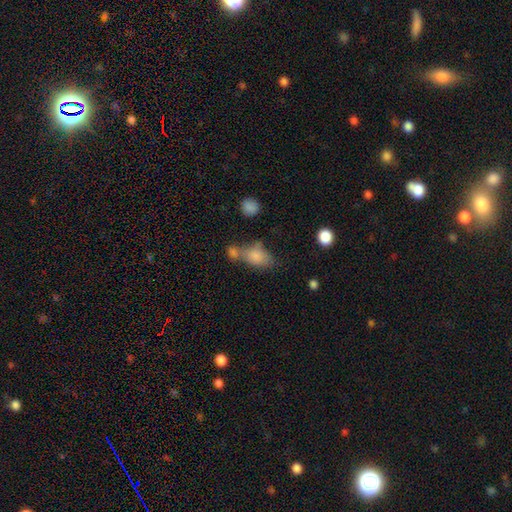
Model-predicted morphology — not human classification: The model was most divided on "merging": merger: 44%, none: 32%, minor disturbance: 15%, major disturbance: 9%. More confident: how rounded — in between (84%); smooth or featured — smooth (80%).